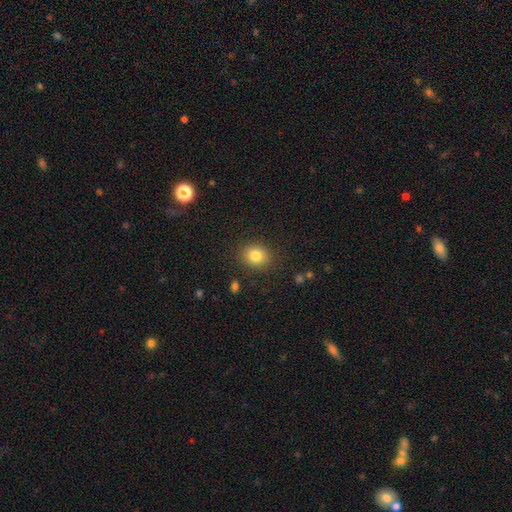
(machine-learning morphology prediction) Smooth or featured: smooth — 82% (star or artifact — 11%)
How rounded: round — 69% (in between — 31%)
Merging: none — 87% (minor disturbance — 9%)